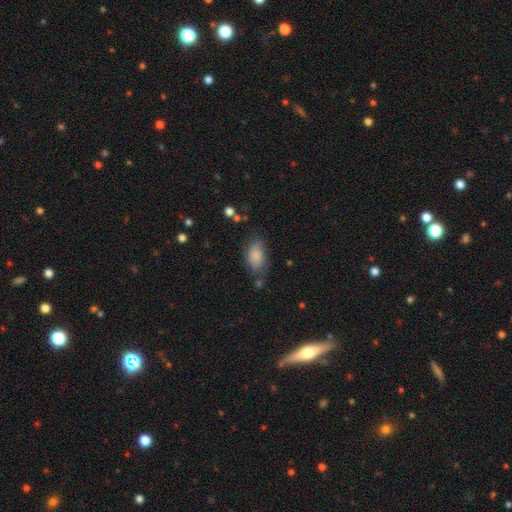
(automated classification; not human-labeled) A smooth galaxy with no disk features (84%) that is in between round and cigar-shaped (91%). Merging: none (65%).